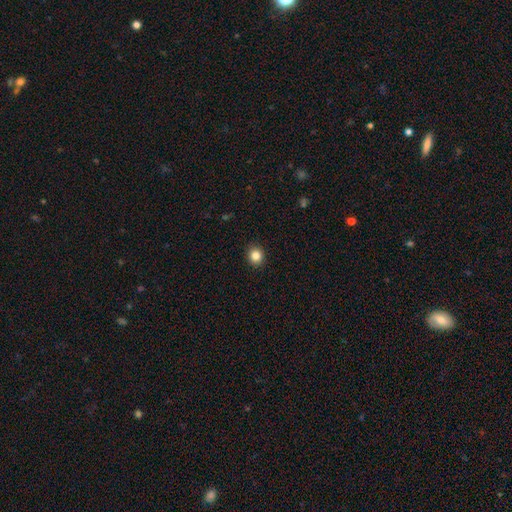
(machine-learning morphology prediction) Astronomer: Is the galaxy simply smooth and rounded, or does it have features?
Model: smooth — 84%.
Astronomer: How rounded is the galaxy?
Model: round — 79%.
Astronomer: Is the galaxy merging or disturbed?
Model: none — 92%.